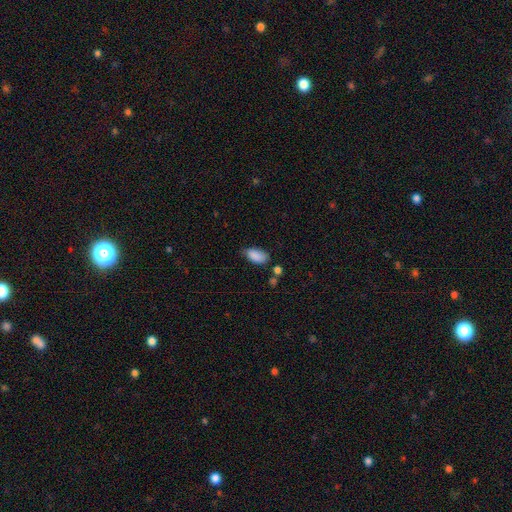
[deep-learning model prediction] smooth 88%, star or artifact 7%, featured or disk 5%. Down the decision tree: how rounded — in between (93%); merging — none (65%).